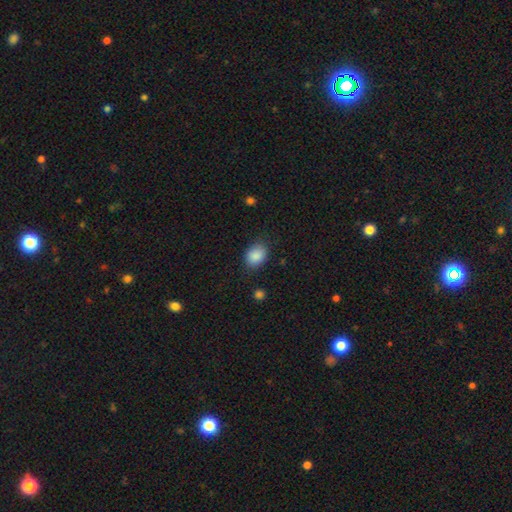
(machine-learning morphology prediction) A smooth galaxy with no disk features (88%) that is in between round and cigar-shaped (68%).

Vote fractions:
- Smooth or featured? smooth: 88% / star or artifact: 8% / featured or disk: 4%
- How rounded? in between: 68% / round: 31% / cigar-shaped: 1%
- Merging? none: 79% / minor disturbance: 15% / major disturbance: 4% / merger: 2%